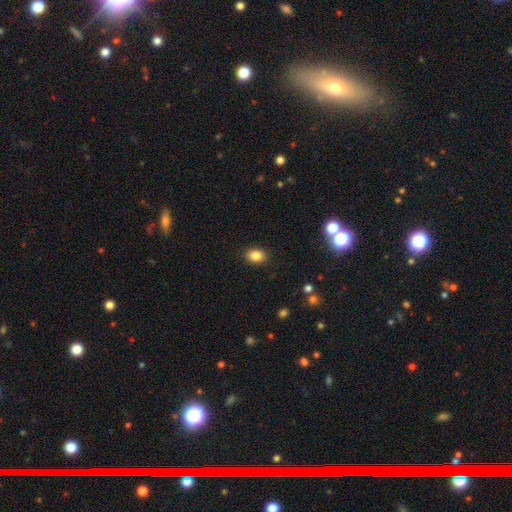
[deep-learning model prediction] This appears to be a smooth galaxy with no disk features (85%) that is in between round and cigar-shaped (68%). Merging: none (89%).